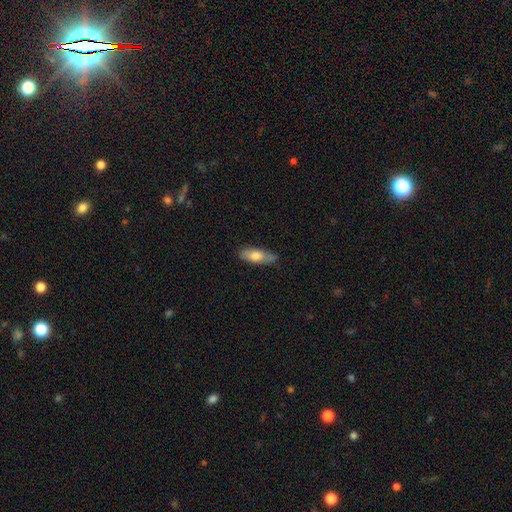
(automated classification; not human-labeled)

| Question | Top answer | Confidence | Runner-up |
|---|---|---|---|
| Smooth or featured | smooth | 70% | featured or disk (24%) |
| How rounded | in between | 67% | cigar-shaped (31%) |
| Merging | none | 77% | minor disturbance (18%) |